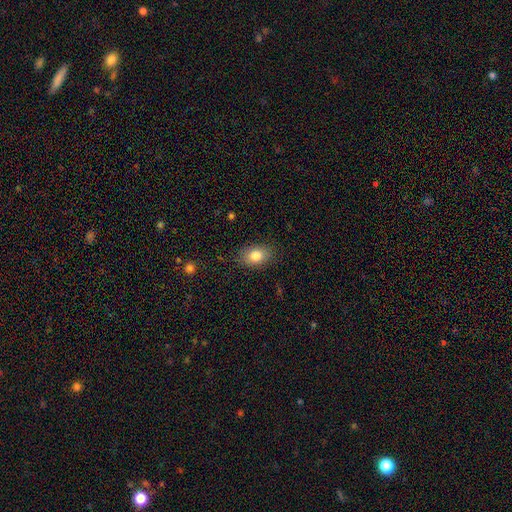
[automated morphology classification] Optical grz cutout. It shows a smooth galaxy with no disk features (81%) that is in between round and cigar-shaped (81%). Merging: none (85%).